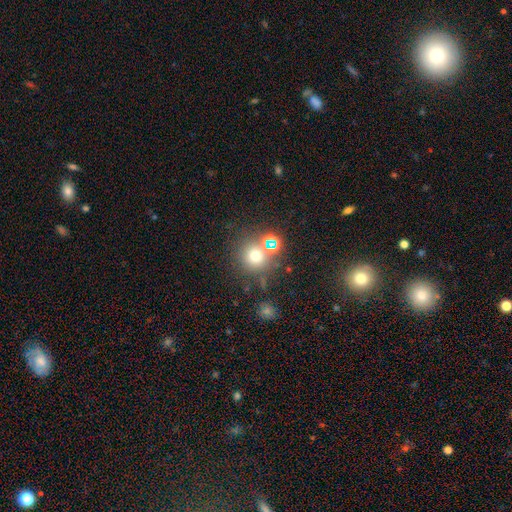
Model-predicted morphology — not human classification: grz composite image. It shows a smooth galaxy with no disk features (66%) that is round (90%). Merging: none (68%).